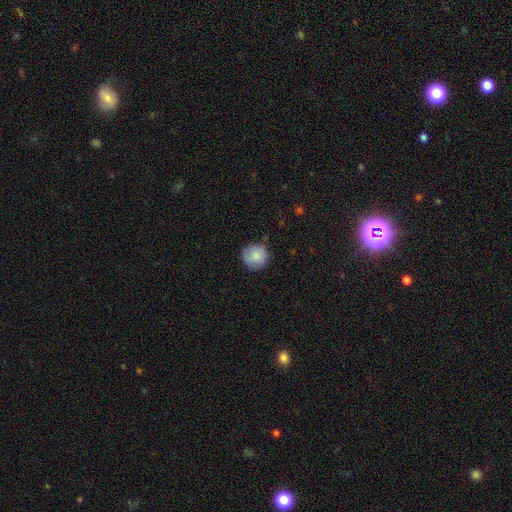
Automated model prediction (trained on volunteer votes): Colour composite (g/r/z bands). It shows a smooth galaxy with no disk features (85%) that is round (94%). Merging: none (81%).